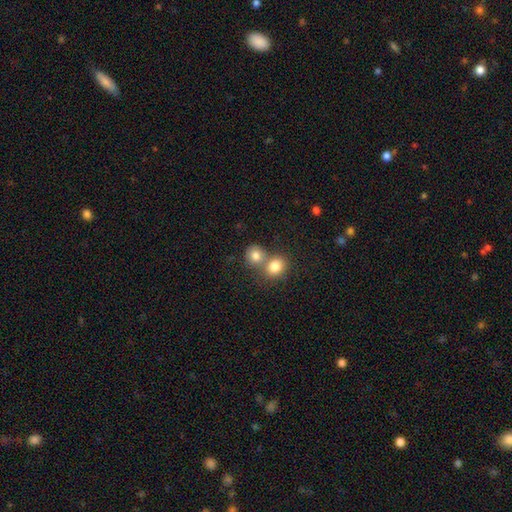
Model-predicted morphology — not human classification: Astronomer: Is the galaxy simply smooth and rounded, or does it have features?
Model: smooth — 81%.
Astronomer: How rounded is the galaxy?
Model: round — 78%.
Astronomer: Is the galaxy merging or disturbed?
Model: merger — 50% (runner-up: none, 40%).